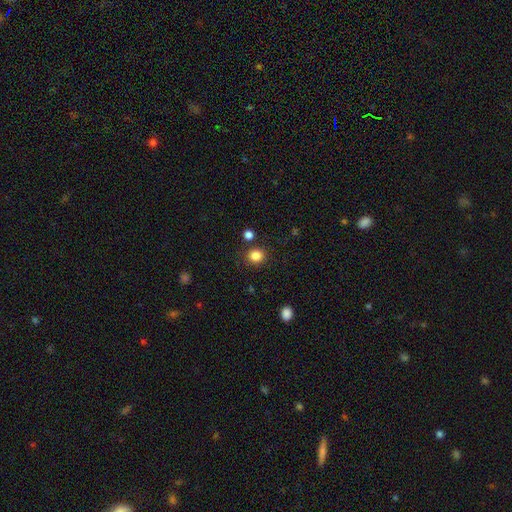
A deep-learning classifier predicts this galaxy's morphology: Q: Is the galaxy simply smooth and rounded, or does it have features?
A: smooth — 84%.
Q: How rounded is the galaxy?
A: round — 81%.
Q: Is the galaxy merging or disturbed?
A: none — 84%.